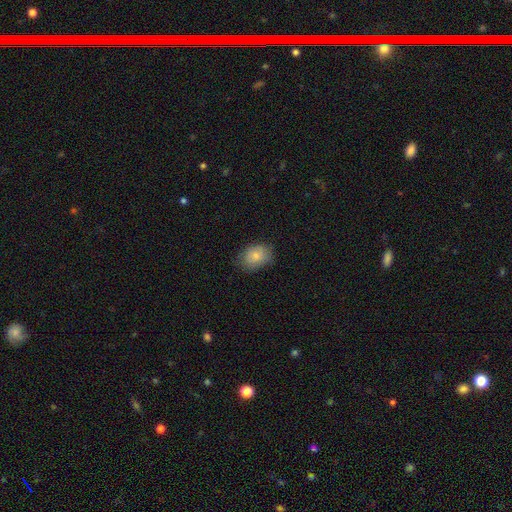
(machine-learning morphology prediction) This is clearly a smooth galaxy (82%). How rounded: likely in between (70%). Merging: likely none (76%).